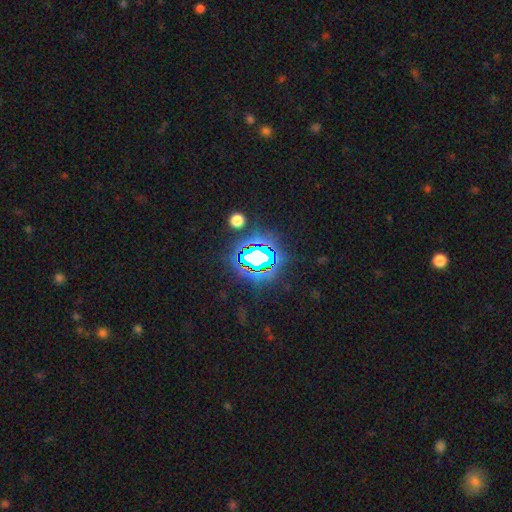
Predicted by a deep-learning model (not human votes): The model was most divided on "smooth or featured": star or artifact: 71%, smooth: 17%, featured or disk: 13%.